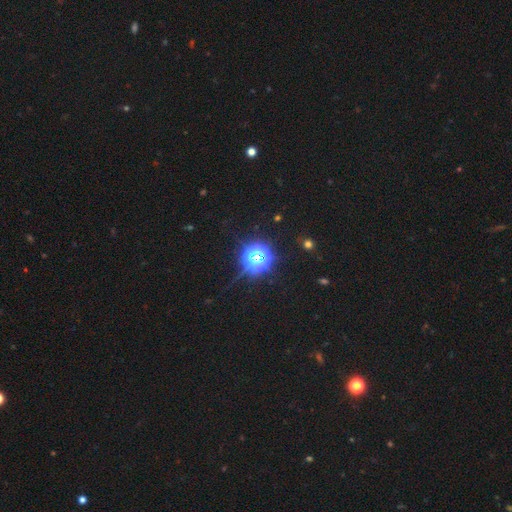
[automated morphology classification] Smooth or featured: star or artifact — 71% (smooth — 20%)